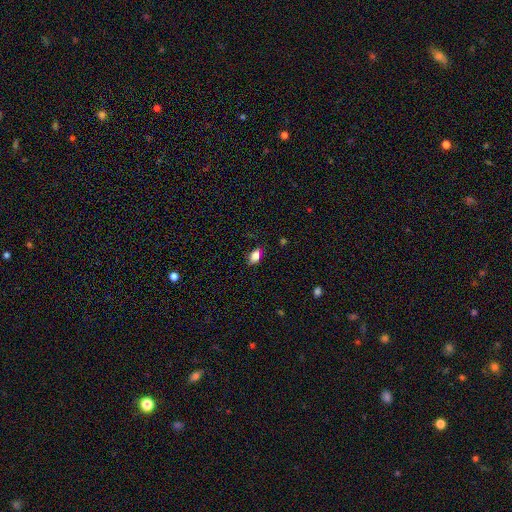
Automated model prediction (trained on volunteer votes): This appears to be a smooth galaxy with no disk features (82%) that is in between round and cigar-shaped (86%). Merging: none (78%).